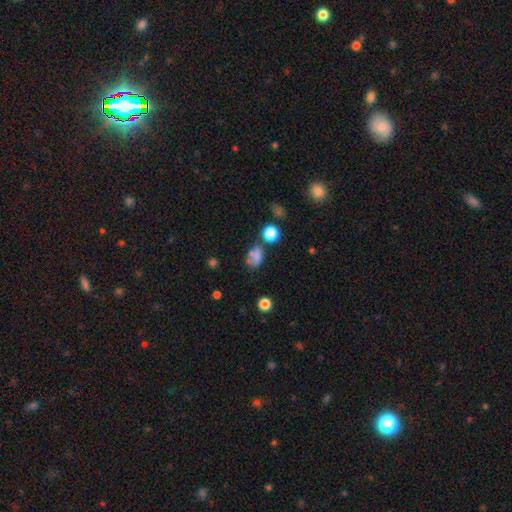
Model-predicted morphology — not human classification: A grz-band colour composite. It shows a smooth galaxy with no disk features (67%) that is in between round and cigar-shaped (70%). Merging: none (41%).